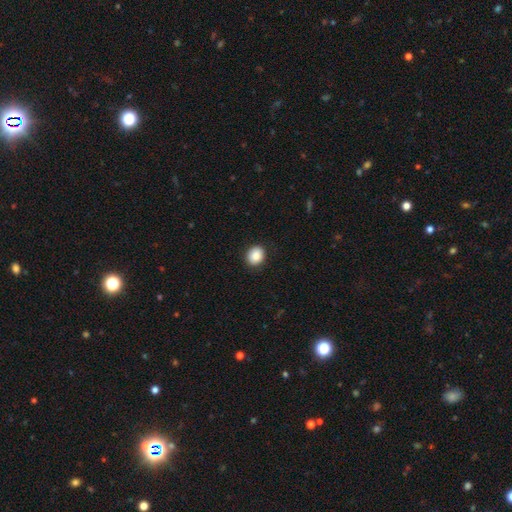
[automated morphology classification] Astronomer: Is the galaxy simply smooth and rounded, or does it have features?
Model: smooth — 87%.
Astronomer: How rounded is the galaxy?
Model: round — 71%.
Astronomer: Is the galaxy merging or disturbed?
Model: none — 90%.